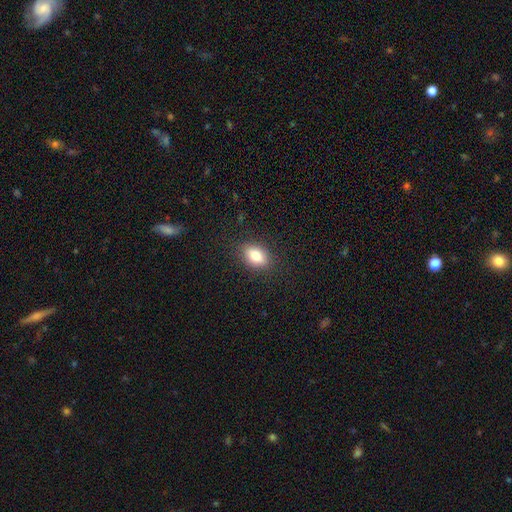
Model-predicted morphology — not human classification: The model was most divided on "how rounded": in between: 84%, round: 13%, cigar-shaped: 3%. More confident: merging — none (87%); smooth or featured — smooth (82%).